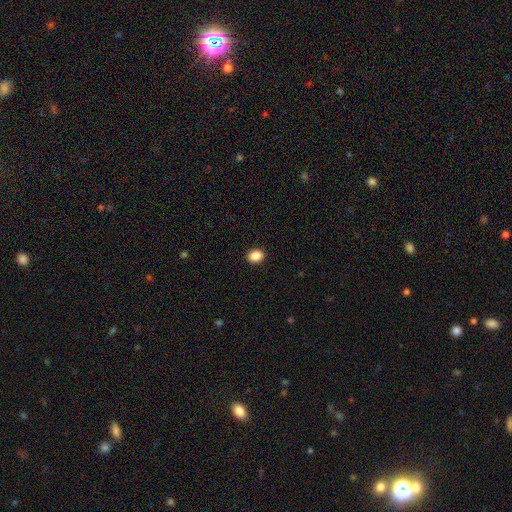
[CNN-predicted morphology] type=smooth (88%); roundness=in between (58%); merging=none (91%).